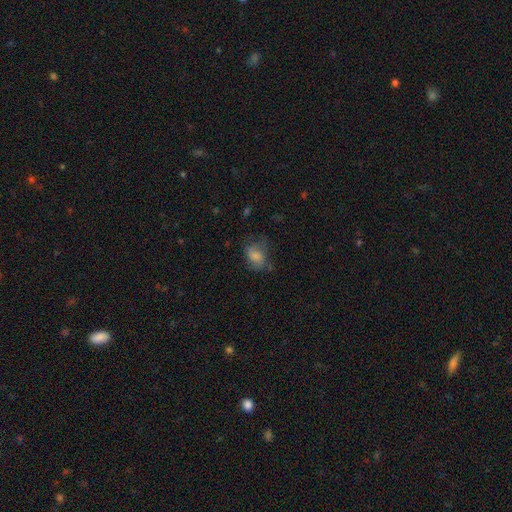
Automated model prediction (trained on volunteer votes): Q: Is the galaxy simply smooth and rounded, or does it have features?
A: smooth — 70%.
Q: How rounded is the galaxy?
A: in between — 70%.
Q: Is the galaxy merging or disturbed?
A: none — 43%.